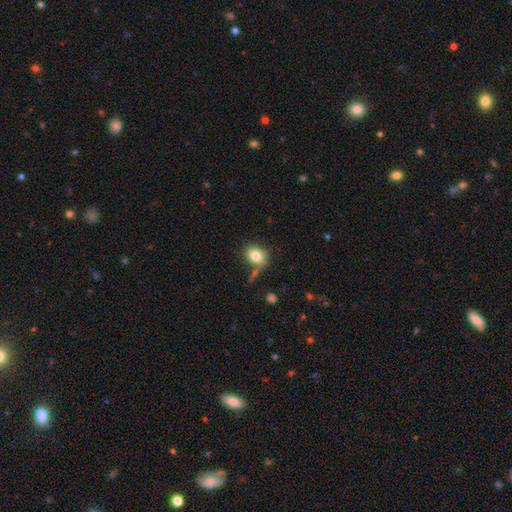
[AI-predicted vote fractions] The model was most divided on "how rounded": in between: 60%, round: 39%, cigar-shaped: 1%. More confident: smooth or featured — smooth (82%); merging — none (63%).